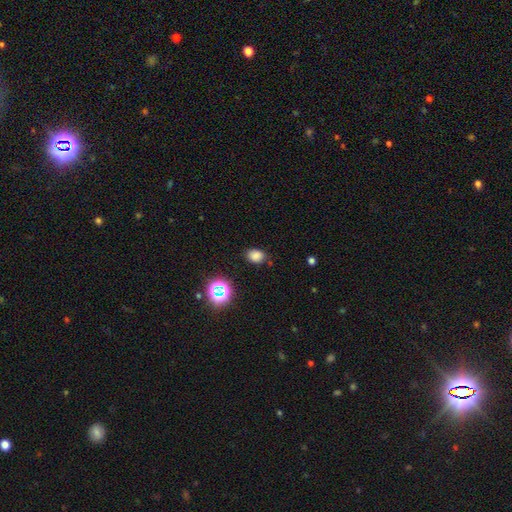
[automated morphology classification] Overall: smooth (78%). How rounded: in between (66%; round 33%). Merging: none (80%).